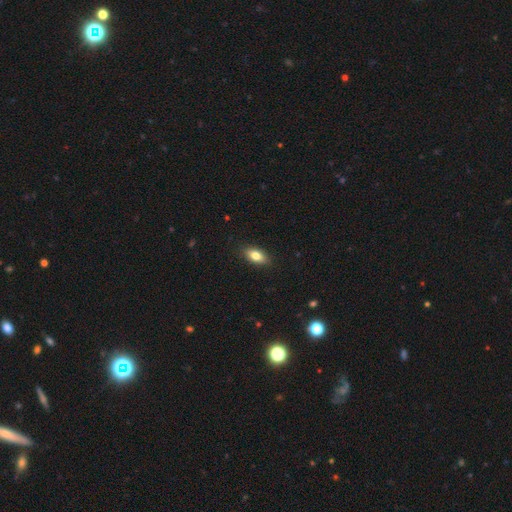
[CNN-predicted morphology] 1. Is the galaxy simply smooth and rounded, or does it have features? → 80% smooth, 13% featured or disk, 7% star or artifact.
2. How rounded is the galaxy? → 86% in between, 9% cigar-shaped, 5% round.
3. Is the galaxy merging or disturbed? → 87% none, 10% minor disturbance, 2% major disturbance, 1% merger.